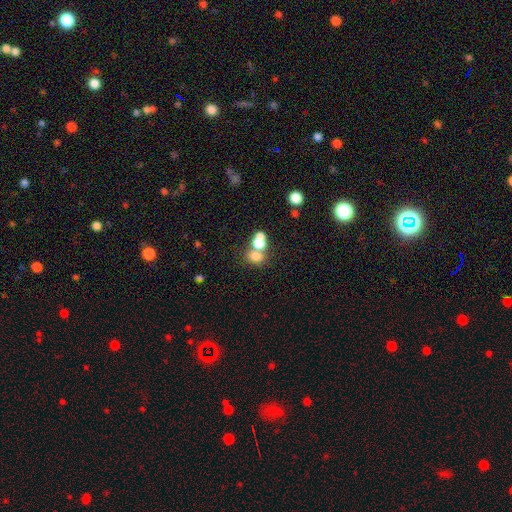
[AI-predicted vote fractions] A smooth galaxy with no disk features (72%) that is in between round and cigar-shaped (51%).

Vote fractions:
- Smooth or featured? smooth: 72% / featured or disk: 14% / star or artifact: 14%
- How rounded? in between: 51% / round: 48% / cigar-shaped: 1%
- Merging? merger: 54% / none: 34% / minor disturbance: 8% / major disturbance: 5%